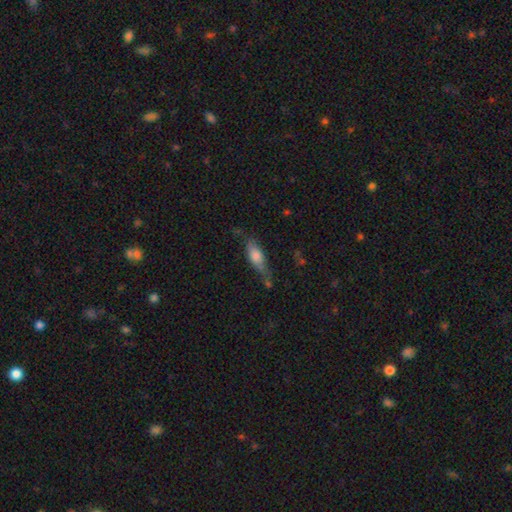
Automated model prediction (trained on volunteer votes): Smooth or featured?
  - smooth: 67% *
  - featured or disk: 26%
  - star or artifact: 7%
How rounded?
  - in between: 57% *
  - cigar-shaped: 40%
  - round: 3%
Merging?
  - none: 53% *
  - minor disturbance: 29%
  - major disturbance: 10%
  - merger: 8%